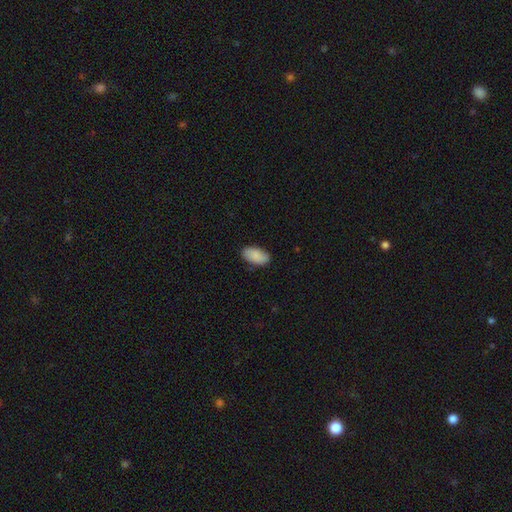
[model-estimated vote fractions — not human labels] smooth_or_featured: smooth (p=0.88) [alt: featured or disk p=0.06]
how_rounded: in between (p=0.95) [alt: cigar-shaped p=0.03]
merging: none (p=0.85) [alt: minor disturbance p=0.12]